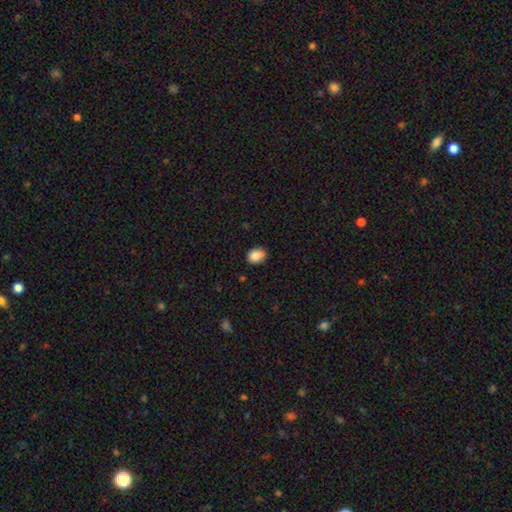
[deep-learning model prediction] Overall: smooth (86%). How rounded: in between (53%; round 46%). Merging: none (73%).